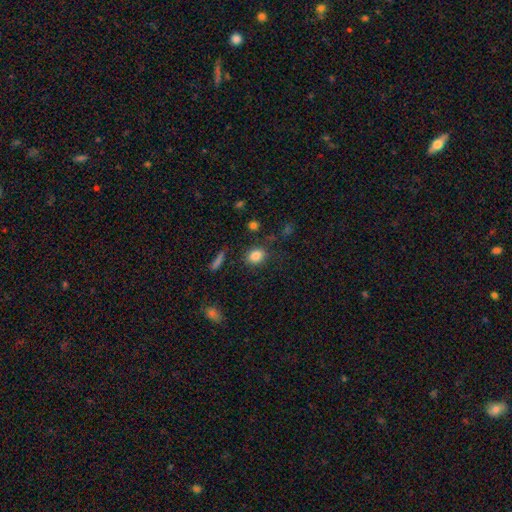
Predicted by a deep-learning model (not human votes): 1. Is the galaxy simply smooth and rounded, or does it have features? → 84% smooth, 10% star or artifact, 5% featured or disk.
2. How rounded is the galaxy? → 50% in between, 48% round, 2% cigar-shaped.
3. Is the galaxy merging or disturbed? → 81% none, 12% minor disturbance, 4% major disturbance, 3% merger.